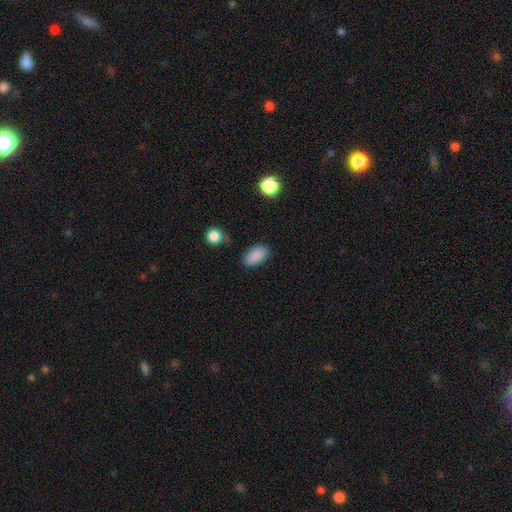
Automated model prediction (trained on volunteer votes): smooth 88%, star or artifact 8%, featured or disk 4%. Down the decision tree: how rounded — in between (92%); merging — none (81%).